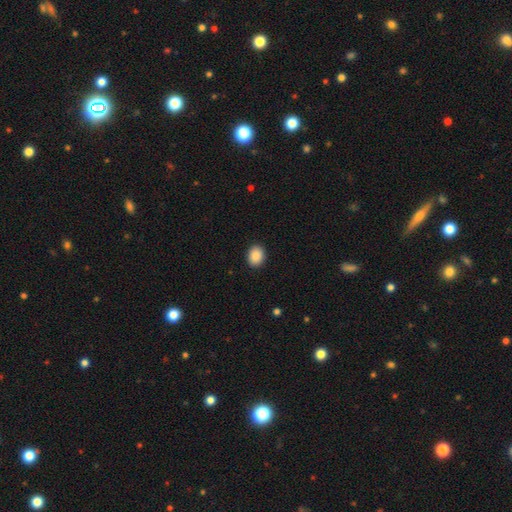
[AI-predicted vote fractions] smooth_or_featured: smooth (p=0.89) [alt: star or artifact p=0.08]
how_rounded: in between (p=0.52) [alt: round p=0.47]
merging: none (p=0.91) [alt: minor disturbance p=0.06]